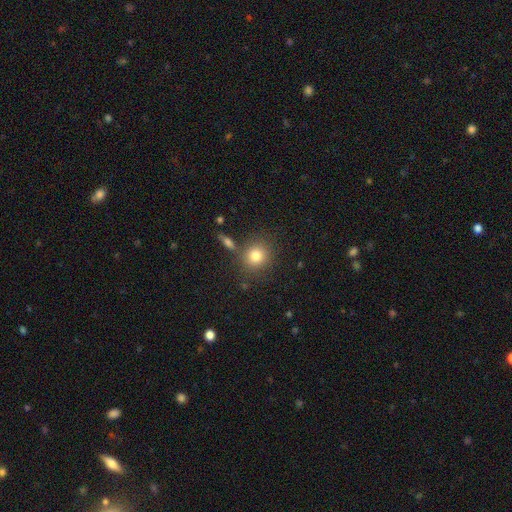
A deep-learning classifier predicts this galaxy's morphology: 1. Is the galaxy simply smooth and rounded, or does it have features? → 80% smooth, 11% star or artifact, 9% featured or disk.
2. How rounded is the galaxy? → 84% round, 15% in between, 1% cigar-shaped.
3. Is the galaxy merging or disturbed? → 77% none, 10% merger, 10% minor disturbance, 4% major disturbance.